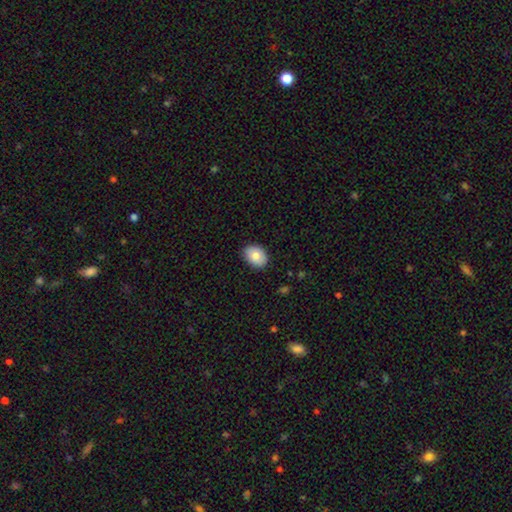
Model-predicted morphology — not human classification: smooth_or_featured: smooth (p=0.80) [alt: featured or disk p=0.12]
how_rounded: in between (p=0.69) [alt: round p=0.30]
merging: none (p=0.86) [alt: minor disturbance p=0.11]